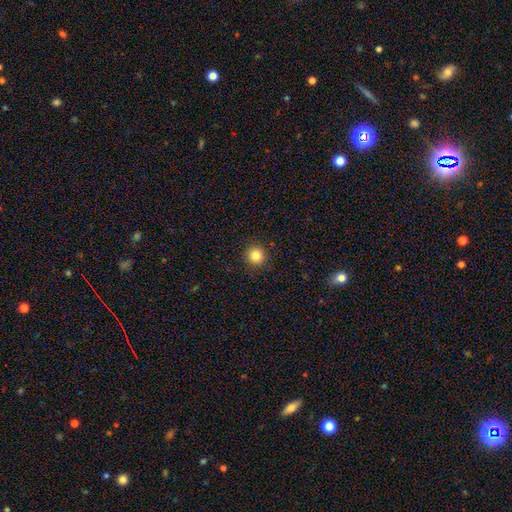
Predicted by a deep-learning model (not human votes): A smooth galaxy with no disk features (84%) that is round (95%). Merging: none (92%).